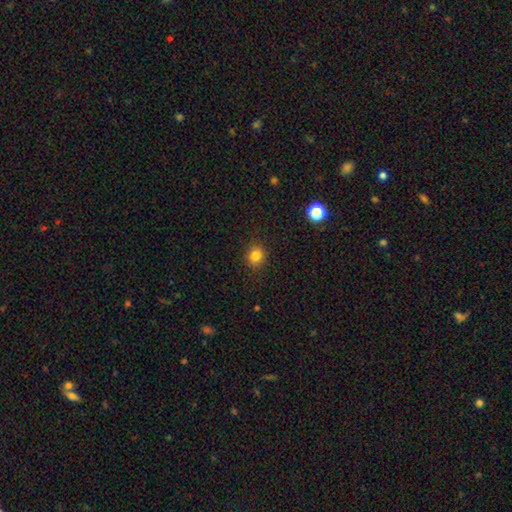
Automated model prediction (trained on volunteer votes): A smooth galaxy with no disk features (82%) that is round (80%). Merging: none (89%).